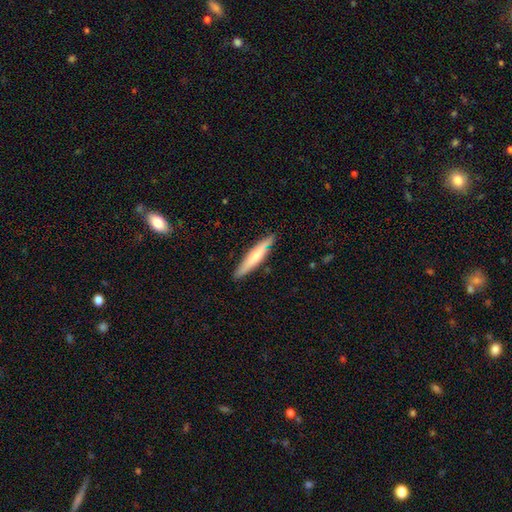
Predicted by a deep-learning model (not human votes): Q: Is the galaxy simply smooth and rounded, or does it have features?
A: smooth — 61%.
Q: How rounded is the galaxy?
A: cigar-shaped — 90%.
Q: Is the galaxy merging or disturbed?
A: none — 88%.